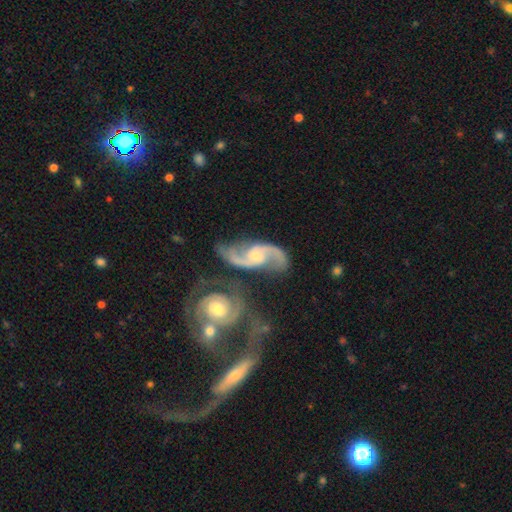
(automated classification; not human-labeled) Smooth or featured?
  - featured or disk: 91% *
  - smooth: 5%
  - star or artifact: 4%
Edge-on disk?
  - no: 97% *
  - yes: 3%
Bar?
  - no: 50% *
  - weak: 40%
  - strong: 10%
Spiral arms?
  - yes: 98% *
  - no: 2%
Spiral winding?
  - loose: 45% *
  - medium: 44%
  - tight: 10%
Spiral arm count?
  - 2: 93% *
  - can't tell: 2%
  - 1: 1%
  - 3: 1%
  - 4: 1%
  - more than 4: 1%
Bulge size?
  - small: 51% *
  - moderate: 40%
  - none: 6%
  - large: 3%
  - dominant: 1%
Merging?
  - none: 54% *
  - minor disturbance: 18%
  - merger: 18%
  - major disturbance: 10%